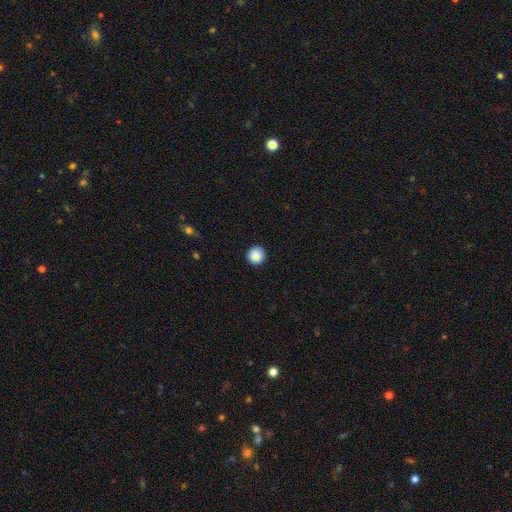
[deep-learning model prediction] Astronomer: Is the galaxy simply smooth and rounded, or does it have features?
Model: smooth — 86%.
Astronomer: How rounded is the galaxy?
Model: round — 95%.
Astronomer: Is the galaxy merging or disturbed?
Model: none — 89%.